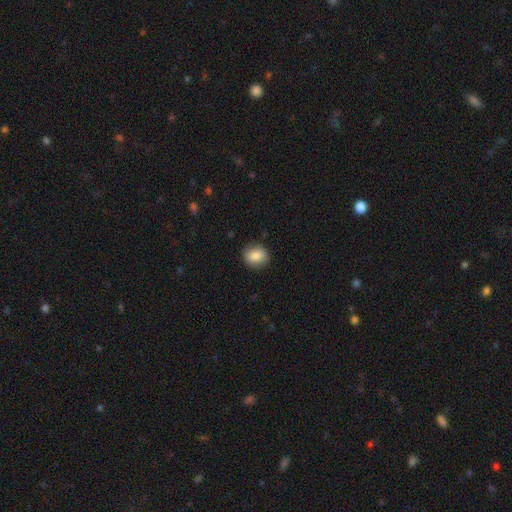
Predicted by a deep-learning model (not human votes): Smooth or featured? Predicted: smooth (p=0.85). How rounded? Predicted: round (p=0.61). Merging? Predicted: none (p=0.86).